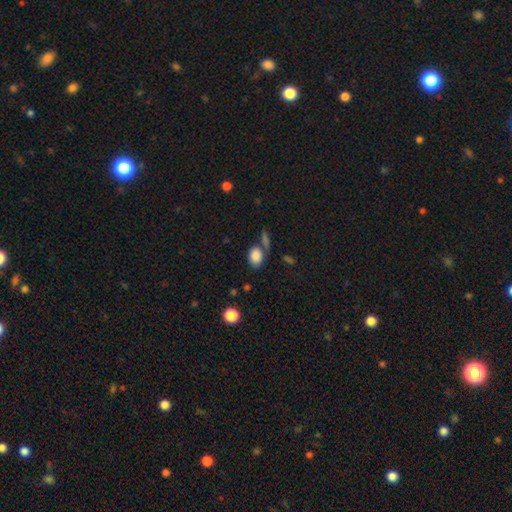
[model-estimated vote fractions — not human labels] The model was most divided on "merging": none: 60%, merger: 19%, minor disturbance: 15%, major disturbance: 6%. More confident: smooth or featured — smooth (85%); how rounded — in between (74%).